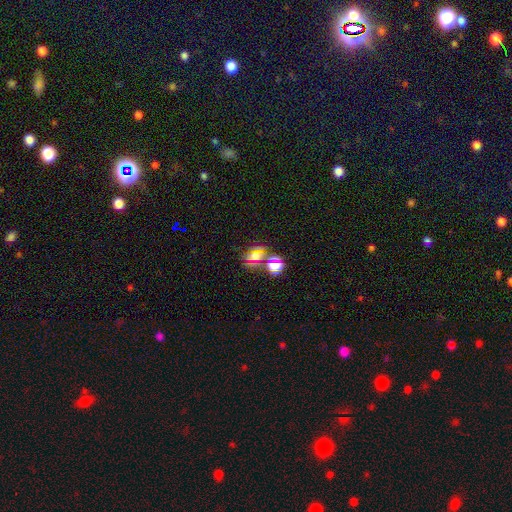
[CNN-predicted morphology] Smooth or featured? Predicted: star or artifact (p=0.50).